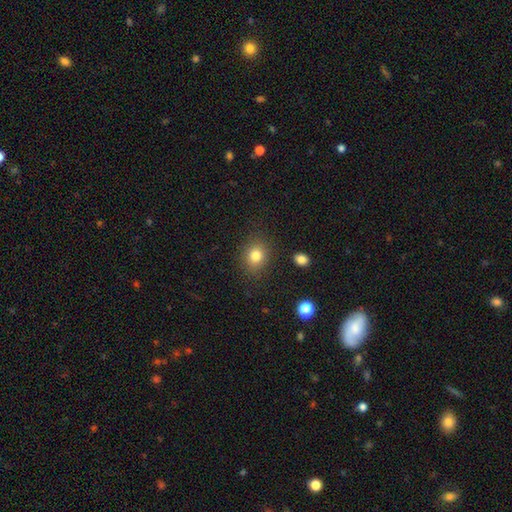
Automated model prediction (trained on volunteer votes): A smooth galaxy with no disk features (81%) that is round (63%).

Vote fractions:
- Smooth or featured? smooth: 81% / star or artifact: 12% / featured or disk: 7%
- How rounded? round: 63% / in between: 36% / cigar-shaped: 1%
- Merging? none: 85% / minor disturbance: 10% / major disturbance: 4% / merger: 2%